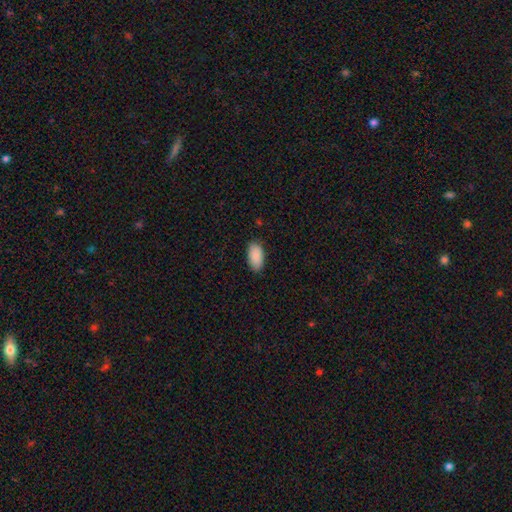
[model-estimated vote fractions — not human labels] The model was most divided on "merging": none: 87%, minor disturbance: 10%, major disturbance: 2%, merger: 1%. More confident: how rounded — in between (95%); smooth or featured — smooth (90%).